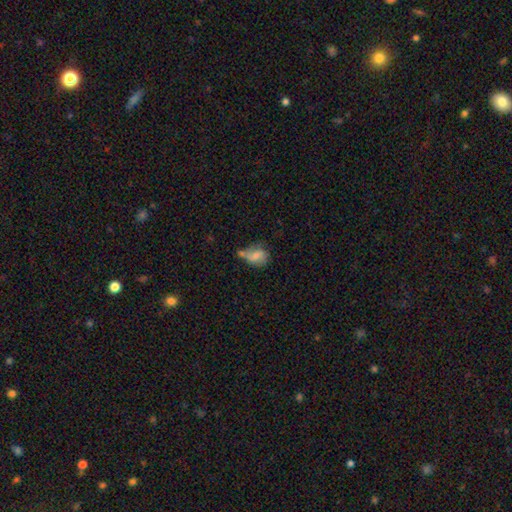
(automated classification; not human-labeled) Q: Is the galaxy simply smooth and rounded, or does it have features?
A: smooth — 63%.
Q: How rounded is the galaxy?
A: in between — 69%.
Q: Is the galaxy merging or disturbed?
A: none — 27%.